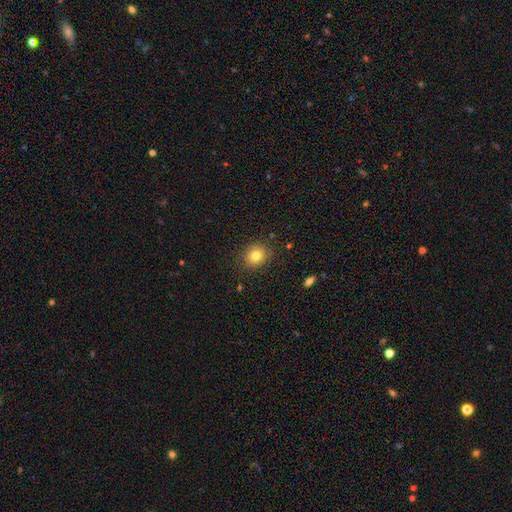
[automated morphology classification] A smooth galaxy with no disk features (80%) that is round (74%). Merging: none (86%).